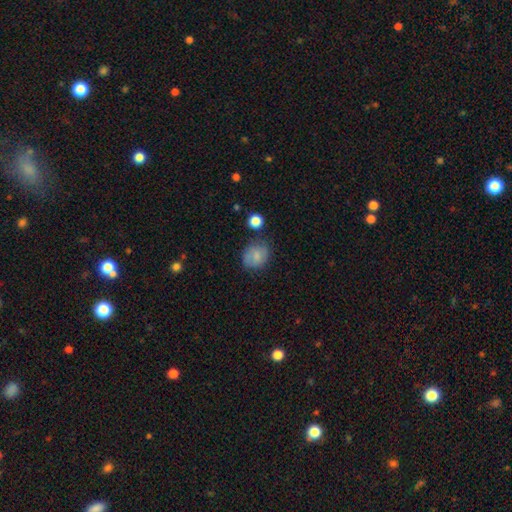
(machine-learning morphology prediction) smooth-or-featured: smooth: 77% | featured or disk: 14% | star or artifact: 9%
  how-rounded: round: 63% | in between: 36% | cigar-shaped: 1%
  merging: none: 69% | minor disturbance: 21% | major disturbance: 6% | merger: 4%